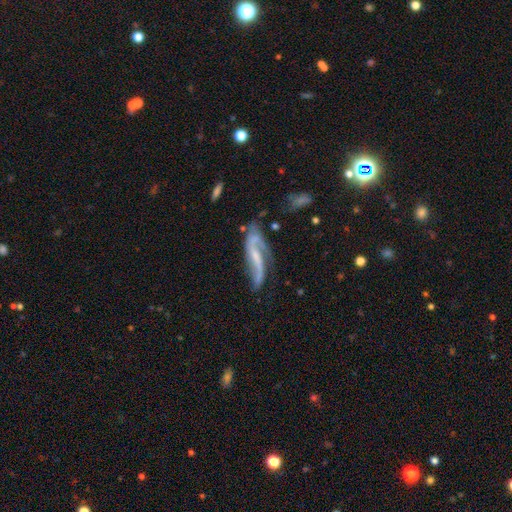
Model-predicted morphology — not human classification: Smooth or featured?
  - featured or disk: 80% *
  - smooth: 12%
  - star or artifact: 8%
Edge-on disk?
  - no: 84% *
  - yes: 16%
Bar?
  - weak: 38% *
  - no: 36%
  - strong: 27%
Spiral arms?
  - yes: 91% *
  - no: 9%
Spiral winding?
  - loose: 63% *
  - medium: 27%
  - tight: 10%
Spiral arm count?
  - 2: 81% *
  - 1: 7%
  - can't tell: 7%
  - 3: 2%
  - 4: 1%
  - more than 4: 1%
Bulge size?
  - small: 57% *
  - none: 20%
  - moderate: 20%
  - large: 2%
  - dominant: 1%
Merging?
  - none: 53% *
  - minor disturbance: 23%
  - major disturbance: 18%
  - merger: 6%